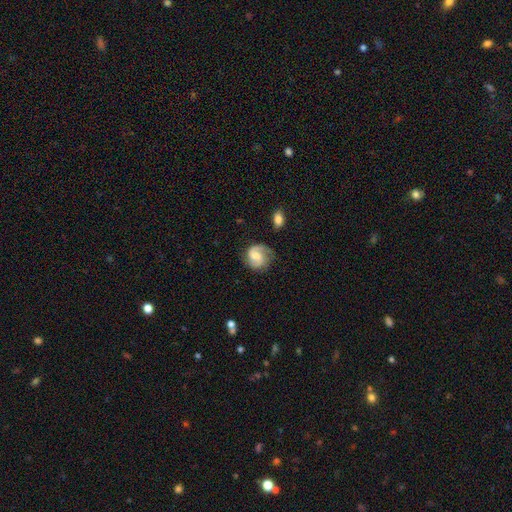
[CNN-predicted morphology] A featured or disk galaxy (72%) with a weak bar (48%), 2 (75%) medium (47%) spiral arms (94%) and a moderate central bulge (52%).

Vote fractions:
- Smooth or featured? featured or disk: 72% / smooth: 21% / star or artifact: 7%
- Edge-on disk? no: 98% / yes: 2%
- Bar? weak: 48% / no: 41% / strong: 11%
- Spiral arms? yes: 94% / no: 6%
- Spiral winding? medium: 47% / tight: 27% / loose: 26%
- Spiral arm count? 2: 75% / 1: 16% / can't tell: 5% / 3: 2% / 4: 1% / more than 4: 1%
- Bulge size? moderate: 52% / small: 30% / large: 9% / none: 8% / dominant: 1%
- Merging? none: 70% / minor disturbance: 20% / major disturbance: 8% / merger: 2%